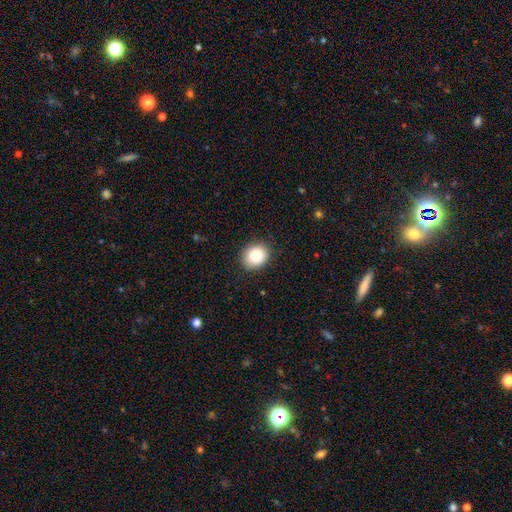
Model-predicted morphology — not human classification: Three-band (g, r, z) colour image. It shows a smooth galaxy with no disk features (87%) that is round (68%). Merging: none (88%).